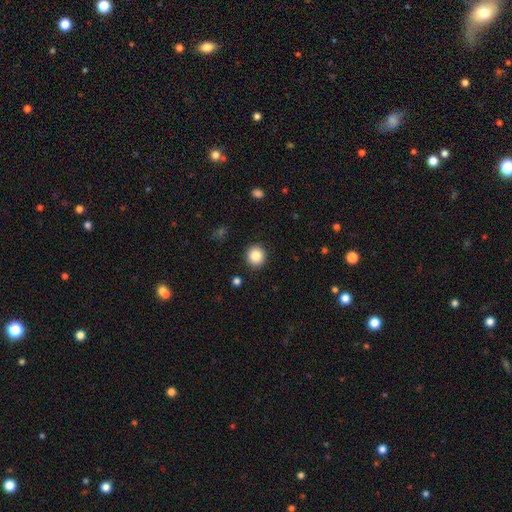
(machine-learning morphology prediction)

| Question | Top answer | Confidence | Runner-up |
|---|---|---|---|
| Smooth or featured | smooth | 85% | star or artifact (10%) |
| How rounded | round | 90% | in between (9%) |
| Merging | none | 91% | minor disturbance (6%) |